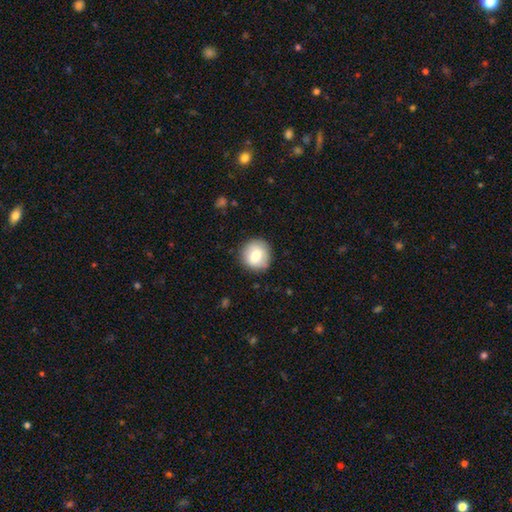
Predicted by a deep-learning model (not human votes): smooth 77%, featured or disk 15%, star or artifact 8%. Down the decision tree: how rounded — round (92%); merging — none (87%).